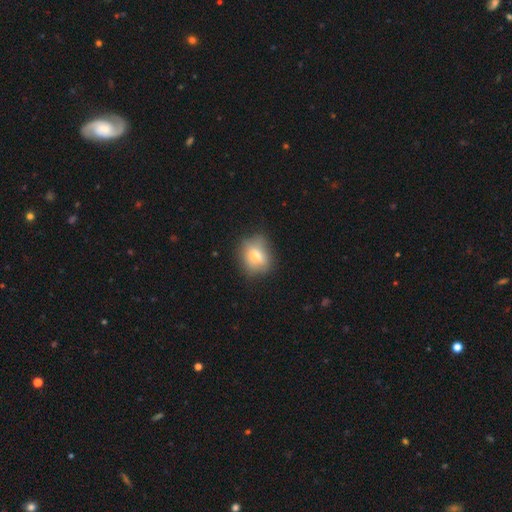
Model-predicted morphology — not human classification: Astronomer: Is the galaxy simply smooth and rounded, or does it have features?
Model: smooth — 74%.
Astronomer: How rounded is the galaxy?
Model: round — 62%.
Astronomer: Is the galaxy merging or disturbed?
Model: none — 68%.